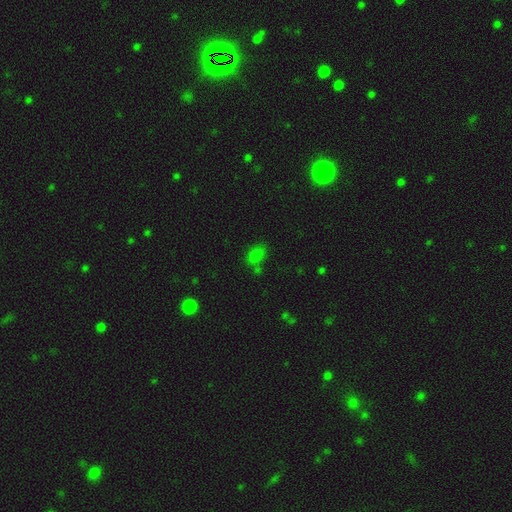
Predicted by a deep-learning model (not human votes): smooth 69%, star or artifact 24%, featured or disk 6%. Down the decision tree: how rounded — in between (84%); merging — none (59%).